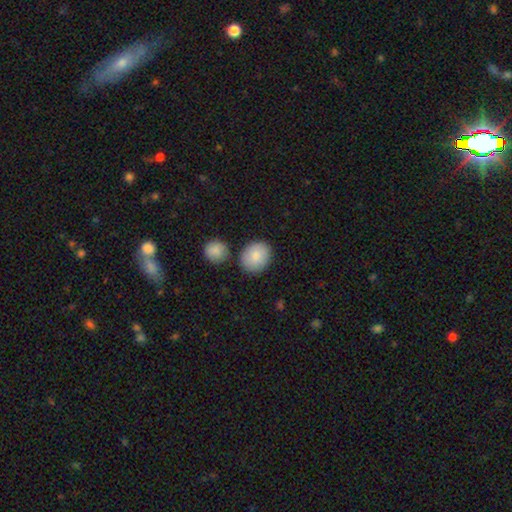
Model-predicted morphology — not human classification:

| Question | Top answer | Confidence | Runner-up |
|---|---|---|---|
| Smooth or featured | smooth | 85% | featured or disk (8%) |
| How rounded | round | 72% | in between (27%) |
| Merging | none | 77% | minor disturbance (11%) |